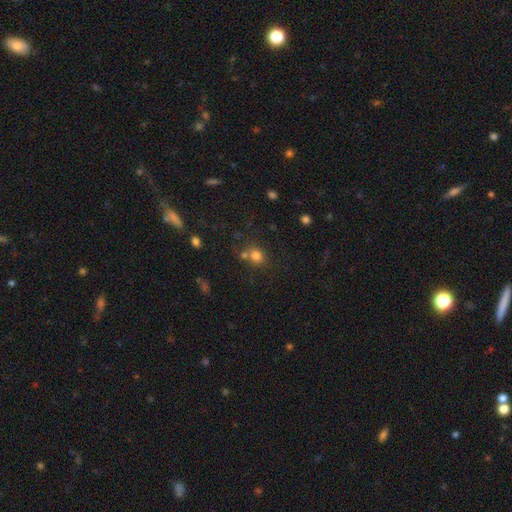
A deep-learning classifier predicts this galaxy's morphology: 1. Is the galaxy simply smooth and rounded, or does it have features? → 77% smooth, 15% star or artifact, 8% featured or disk.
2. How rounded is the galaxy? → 77% round, 22% in between, 1% cigar-shaped.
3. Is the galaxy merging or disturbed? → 59% none, 27% merger, 10% minor disturbance, 4% major disturbance.